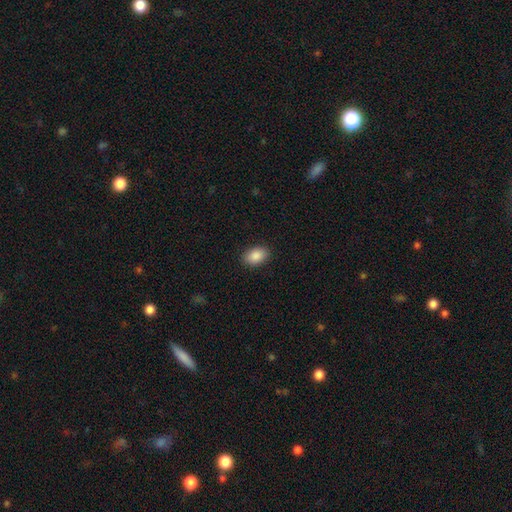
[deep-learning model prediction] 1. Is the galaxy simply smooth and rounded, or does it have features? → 89% smooth, 7% star or artifact, 4% featured or disk.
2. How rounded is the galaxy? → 89% in between, 10% round, 1% cigar-shaped.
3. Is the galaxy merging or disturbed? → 89% none, 8% minor disturbance, 2% major disturbance, 1% merger.